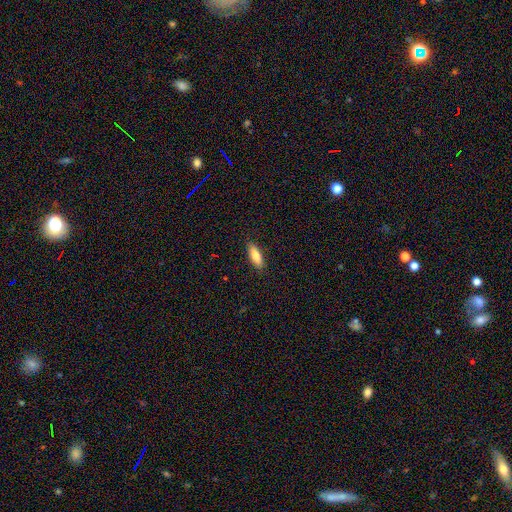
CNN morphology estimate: Smooth or featured? Predicted: smooth (p=0.81). How rounded? Predicted: cigar-shaped (p=0.50). Merging? Predicted: none (p=0.89).